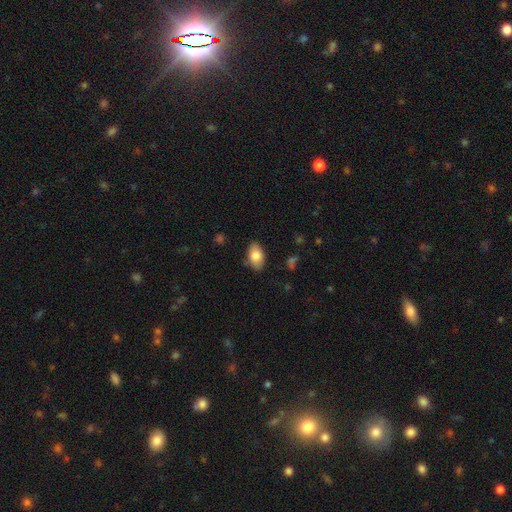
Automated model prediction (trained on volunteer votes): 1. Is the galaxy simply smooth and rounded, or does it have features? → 80% smooth, 14% featured or disk, 7% star or artifact.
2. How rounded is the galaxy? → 93% in between, 5% round, 2% cigar-shaped.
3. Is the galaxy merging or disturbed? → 83% none, 13% minor disturbance, 2% major disturbance, 2% merger.